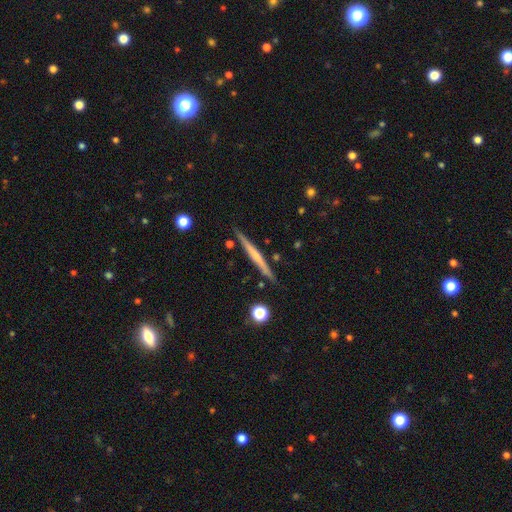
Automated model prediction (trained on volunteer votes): smooth_or_featured: featured or disk (p=0.56) [alt: smooth p=0.38]
disk_edge_on: yes (p=0.97) [alt: no p=0.03]
edge_on_bulge: none (p=0.67) [alt: rounded p=0.24]
merging: none (p=0.88) [alt: minor disturbance p=0.08]